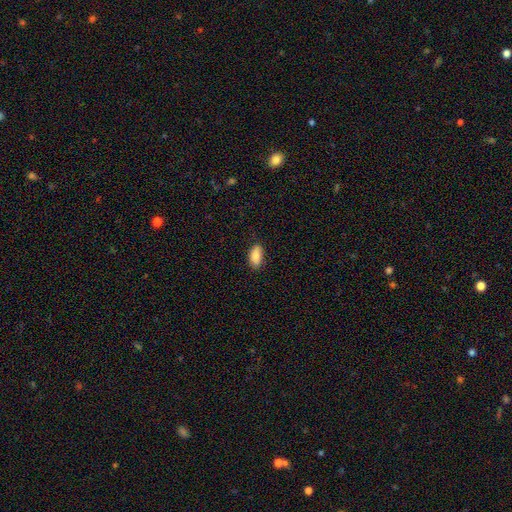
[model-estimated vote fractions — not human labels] A smooth galaxy with no disk features (87%) that is in between round and cigar-shaped (91%). Merging: none (82%).